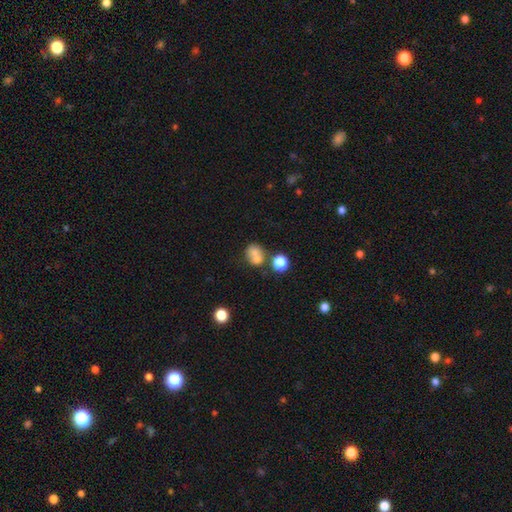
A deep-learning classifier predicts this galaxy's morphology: smooth-or-featured: smooth: 72% | featured or disk: 15% | star or artifact: 13%
  how-rounded: round: 67% | in between: 32% | cigar-shaped: 1%
  merging: merger: 49% | none: 36% | minor disturbance: 10% | major disturbance: 5%